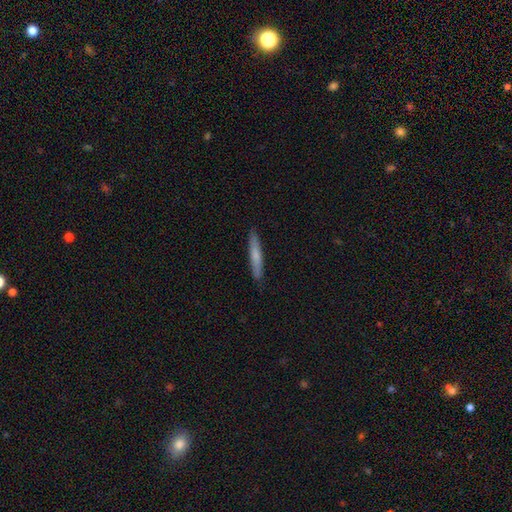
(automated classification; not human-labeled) Morphology: type=smooth (66%); roundness=cigar-shaped (94%); merging=none (89%).